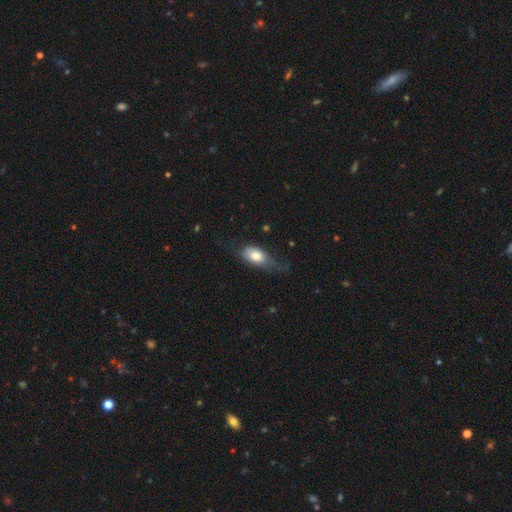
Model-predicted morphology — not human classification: The model was most divided on "merging": none: 36%, minor disturbance: 34%, major disturbance: 28%, merger: 2%. More confident: how rounded — in between (87%); smooth or featured — smooth (73%).